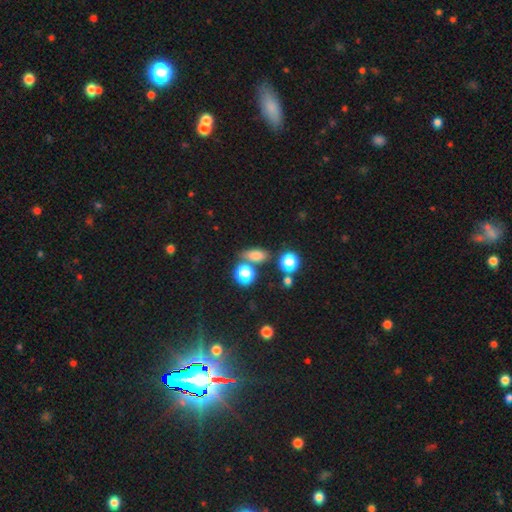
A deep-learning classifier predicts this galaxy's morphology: smooth_or_featured: smooth (p=0.75) [alt: star or artifact p=0.17]
how_rounded: in between (p=0.71) [alt: round p=0.21]
merging: none (p=0.70) [alt: merger p=0.14]